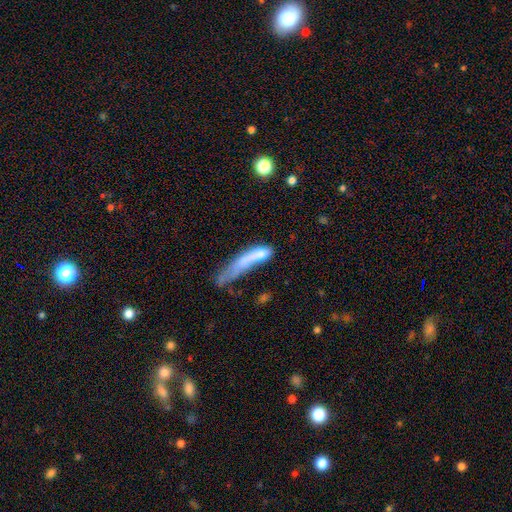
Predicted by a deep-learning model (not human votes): Smooth or featured? smooth (61%)
How rounded? cigar-shaped (72%)
Merging? major disturbance (39%)